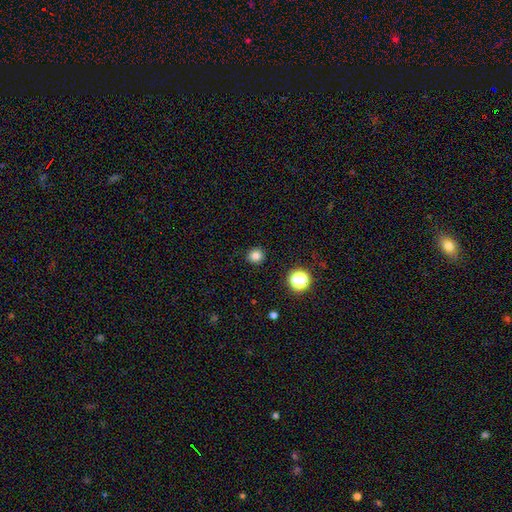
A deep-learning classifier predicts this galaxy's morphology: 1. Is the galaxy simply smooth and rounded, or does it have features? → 82% smooth, 14% star or artifact, 4% featured or disk.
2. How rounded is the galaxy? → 91% round, 8% in between, 1% cigar-shaped.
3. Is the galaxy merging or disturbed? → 91% none, 6% minor disturbance, 2% major disturbance, 1% merger.